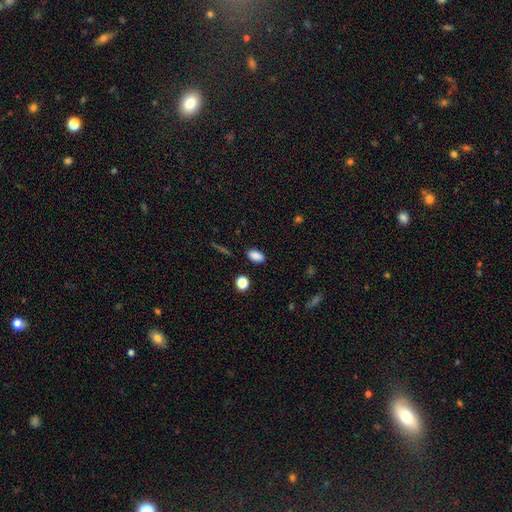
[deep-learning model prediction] This appears to be a smooth galaxy with no disk features (86%) that is in between round and cigar-shaped (90%). Merging: none (87%).